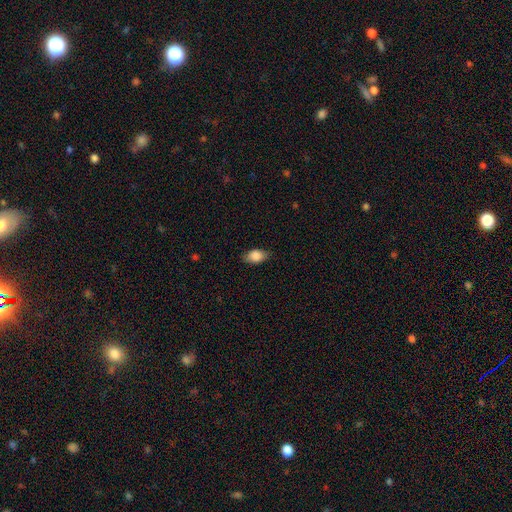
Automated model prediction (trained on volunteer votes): Smooth or featured?
  - smooth: 84% *
  - featured or disk: 9%
  - star or artifact: 7%
How rounded?
  - in between: 87% *
  - round: 10%
  - cigar-shaped: 3%
Merging?
  - none: 80% *
  - minor disturbance: 16%
  - major disturbance: 3%
  - merger: 1%